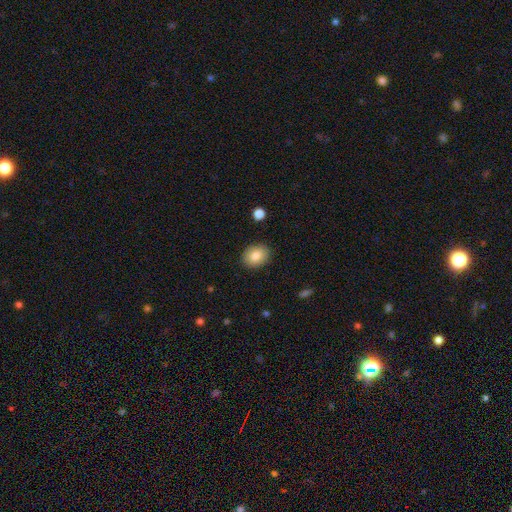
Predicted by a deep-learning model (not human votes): Morphology: type=smooth (84%); roundness=in between (61%); merging=none (88%).